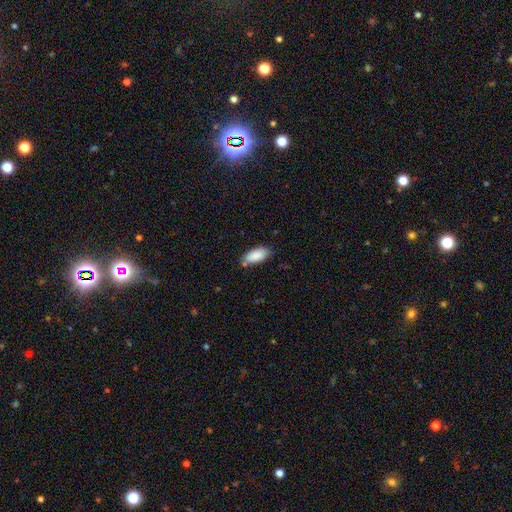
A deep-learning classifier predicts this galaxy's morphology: A smooth galaxy with no disk features (88%) that is in between round and cigar-shaped (87%).

Vote fractions:
- Smooth or featured? smooth: 88% / star or artifact: 7% / featured or disk: 6%
- How rounded? in between: 87% / cigar-shaped: 11% / round: 2%
- Merging? none: 69% / minor disturbance: 21% / merger: 6% / major disturbance: 4%